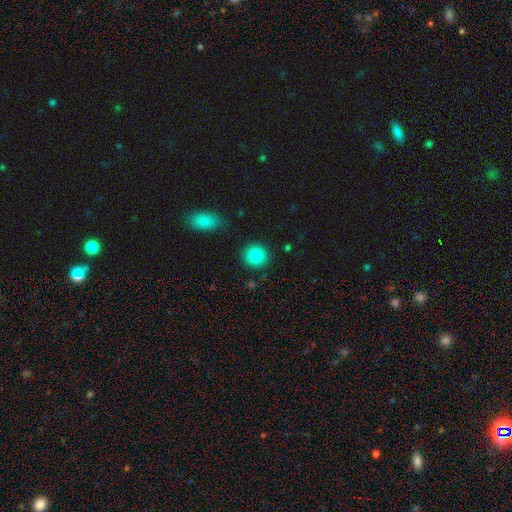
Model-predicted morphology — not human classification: Overall: smooth (85%). How rounded: round (91%). Merging: none (89%).